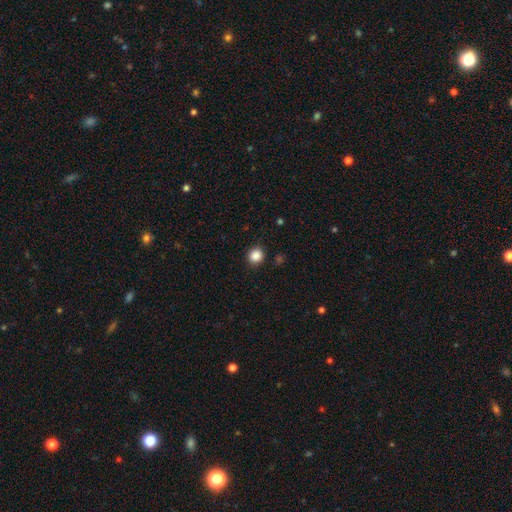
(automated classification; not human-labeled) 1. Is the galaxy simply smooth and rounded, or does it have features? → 86% smooth, 11% star or artifact, 3% featured or disk.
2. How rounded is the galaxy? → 88% round, 11% in between, 1% cigar-shaped.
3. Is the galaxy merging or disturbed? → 90% none, 7% minor disturbance, 2% major disturbance, 1% merger.